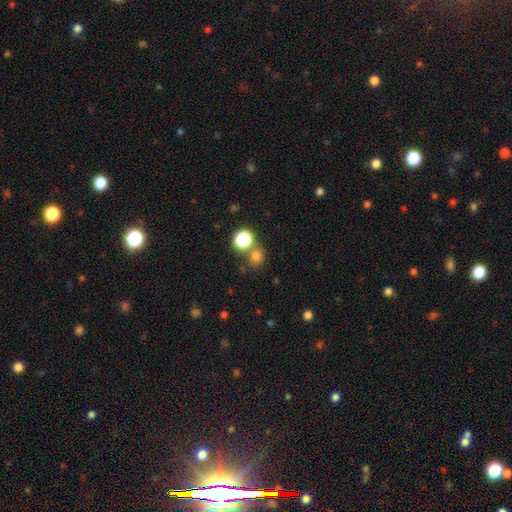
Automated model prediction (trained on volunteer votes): Smooth or featured?
  - smooth: 72% *
  - star or artifact: 22%
  - featured or disk: 6%
How rounded?
  - round: 81% *
  - in between: 18%
  - cigar-shaped: 1%
Merging?
  - none: 68% *
  - merger: 20%
  - minor disturbance: 9%
  - major disturbance: 4%